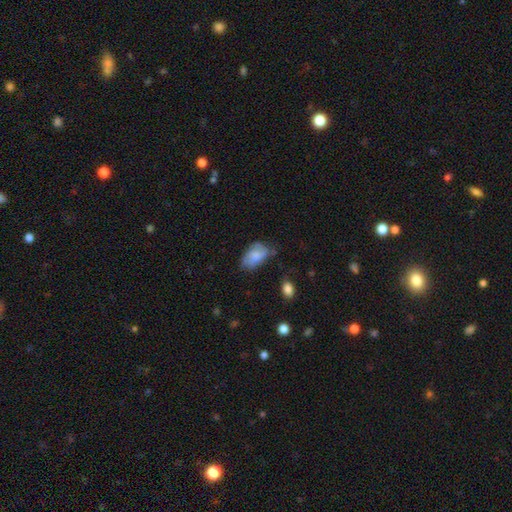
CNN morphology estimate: This appears to be a smooth galaxy with no disk features (72%) that is in between round and cigar-shaped (91%). Merging: none (47%).